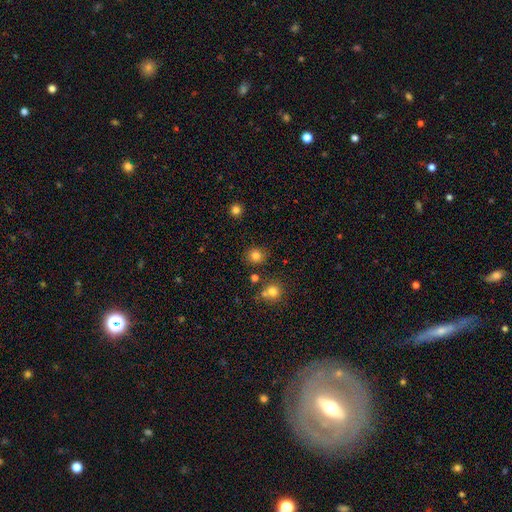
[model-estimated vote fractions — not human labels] Q: Smooth or featured?
A: smooth (81%); runner-up: star or artifact (14%)
Q: How rounded?
A: round (86%); runner-up: in between (13%)
Q: Merging?
A: none (84%); runner-up: minor disturbance (9%)